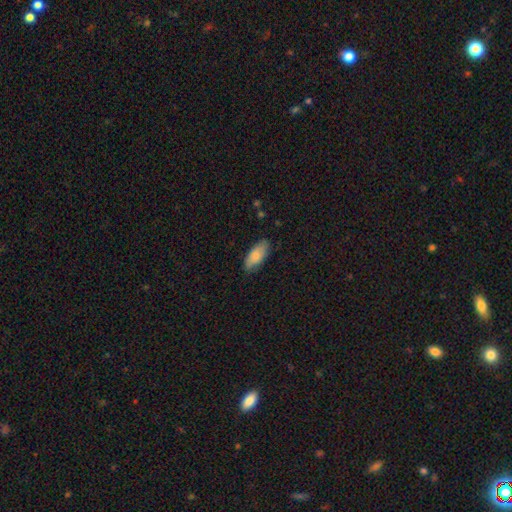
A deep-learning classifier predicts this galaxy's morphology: Smooth or featured?
  - smooth: 84% *
  - featured or disk: 11%
  - star or artifact: 6%
How rounded?
  - in between: 83% *
  - cigar-shaped: 15%
  - round: 2%
Merging?
  - none: 81% *
  - minor disturbance: 15%
  - major disturbance: 3%
  - merger: 1%